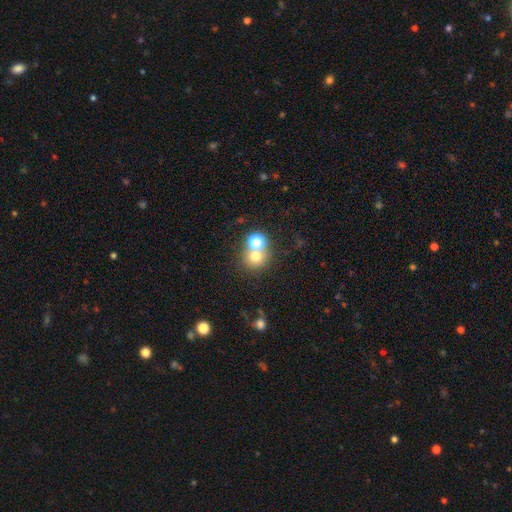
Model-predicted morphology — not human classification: smooth 69%, star or artifact 19%, featured or disk 12%. Down the decision tree: how rounded — round (84%); merging — none (52%).